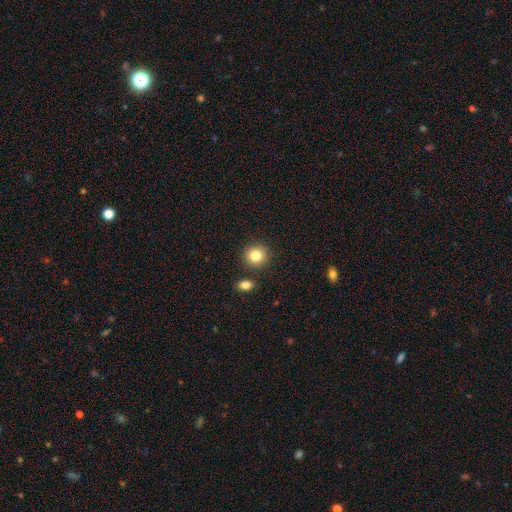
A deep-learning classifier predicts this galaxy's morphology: Smooth or featured? smooth (84%)
How rounded? round (88%)
Merging? none (86%)